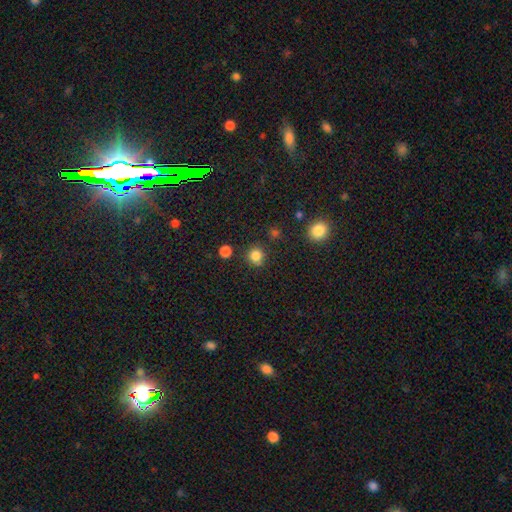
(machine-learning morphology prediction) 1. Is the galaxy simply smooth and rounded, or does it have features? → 83% smooth, 13% star or artifact, 4% featured or disk.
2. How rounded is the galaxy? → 91% round, 8% in between, 1% cigar-shaped.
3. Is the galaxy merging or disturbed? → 84% none, 9% minor disturbance, 4% merger, 3% major disturbance.